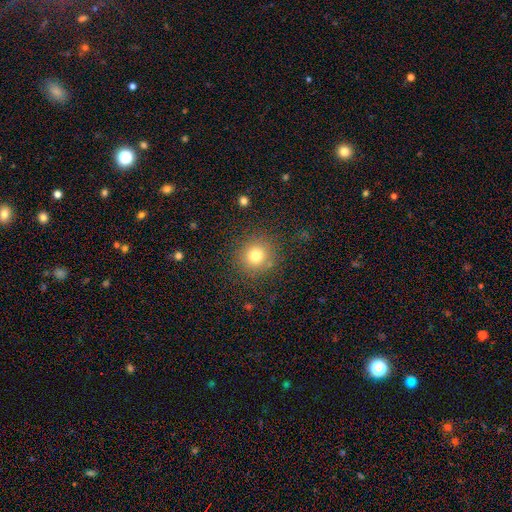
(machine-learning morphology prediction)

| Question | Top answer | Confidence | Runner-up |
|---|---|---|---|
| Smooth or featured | smooth | 77% | star or artifact (14%) |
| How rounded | round | 91% | in between (8%) |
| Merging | none | 85% | minor disturbance (9%) |